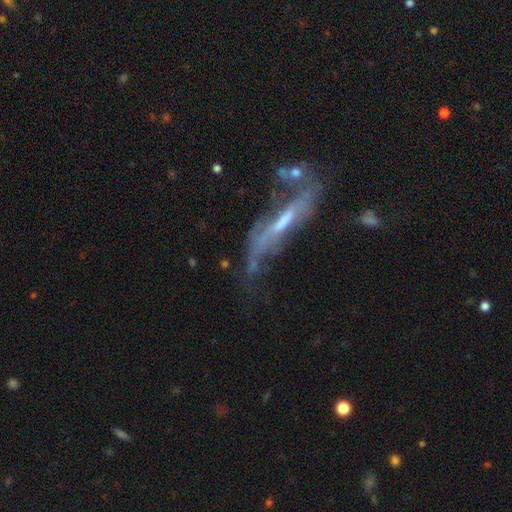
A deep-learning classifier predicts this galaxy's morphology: featured or disk 73%, smooth 17%, star or artifact 10%. Down the decision tree: edge-on disk — yes (54%); merging — none (40%).